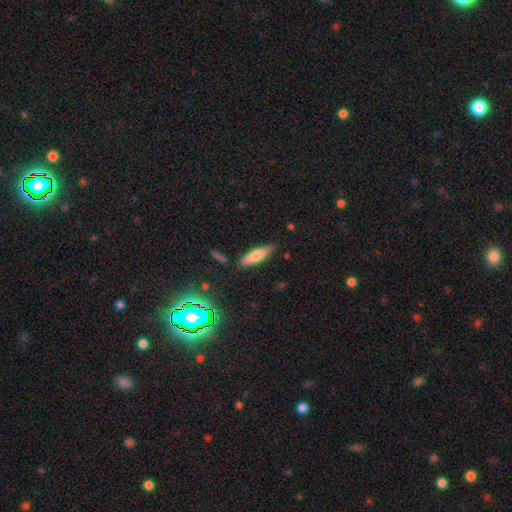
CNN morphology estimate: Smooth or featured? smooth (68%)
How rounded? cigar-shaped (57%)
Merging? none (83%)